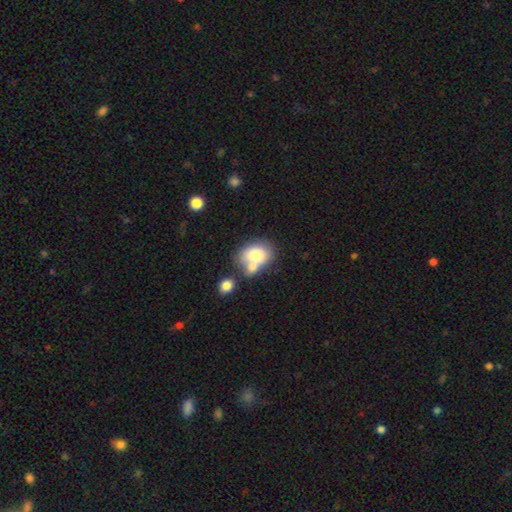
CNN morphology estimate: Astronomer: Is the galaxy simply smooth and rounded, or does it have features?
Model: smooth — 76%.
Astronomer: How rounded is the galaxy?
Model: in between — 65%.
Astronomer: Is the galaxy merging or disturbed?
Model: merger — 42% (runner-up: none, 39%).